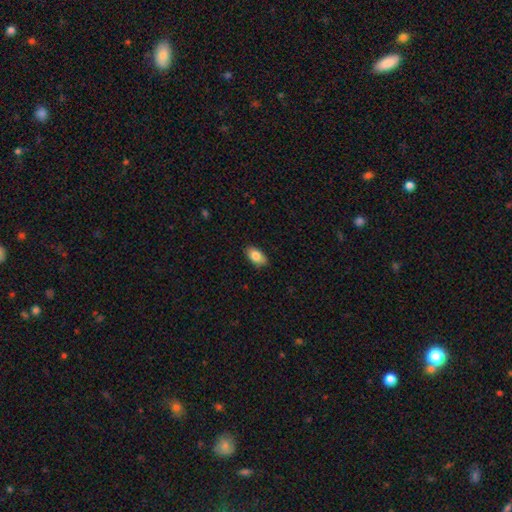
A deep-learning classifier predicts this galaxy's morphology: Smooth or featured? smooth (84%)
How rounded? in between (92%)
Merging? none (85%)